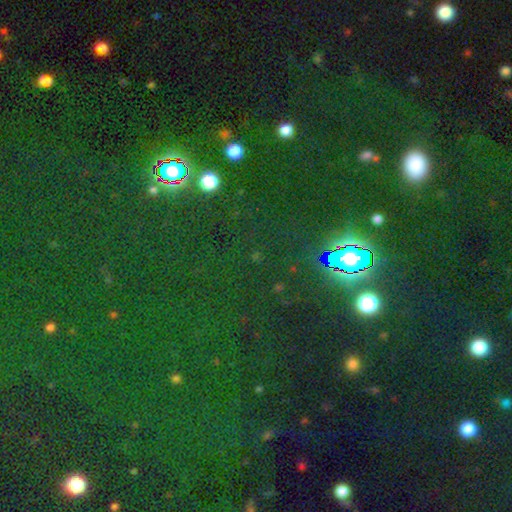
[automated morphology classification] Smooth or featured? star or artifact (78%)